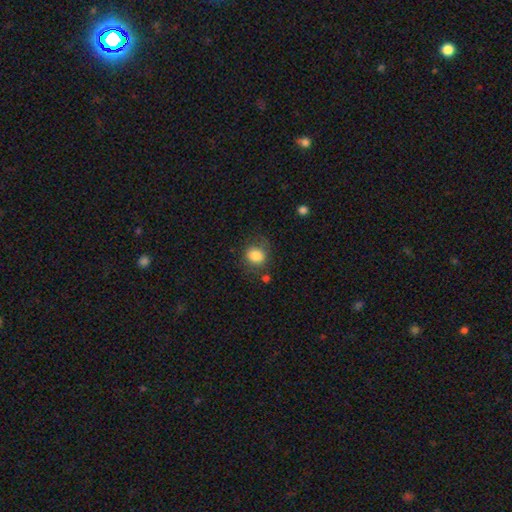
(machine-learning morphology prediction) Smooth or featured: smooth — 83% (star or artifact — 9%)
How rounded: round — 66% (in between — 33%)
Merging: none — 65% (minor disturbance — 21%)